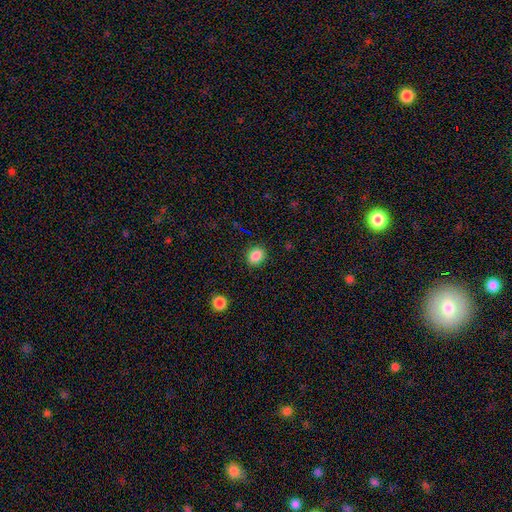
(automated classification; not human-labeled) A smooth galaxy with no disk features (86%) that is round (49%, tied with in between).

Vote fractions:
- Smooth or featured? smooth: 86% / star or artifact: 10% / featured or disk: 4%
- How rounded? round: 49% (tied) / in between: 49% (tied) / cigar-shaped: 1%
- Merging? none: 87% / minor disturbance: 9% / major disturbance: 3% / merger: 1%